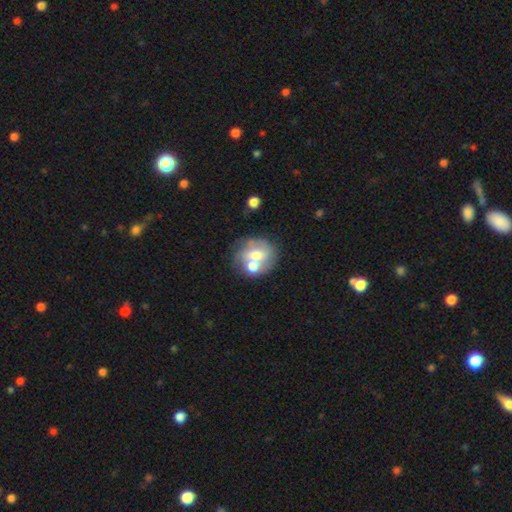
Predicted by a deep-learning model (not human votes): This is possibly a smooth galaxy (48%). Merging: marginally merger (44%).